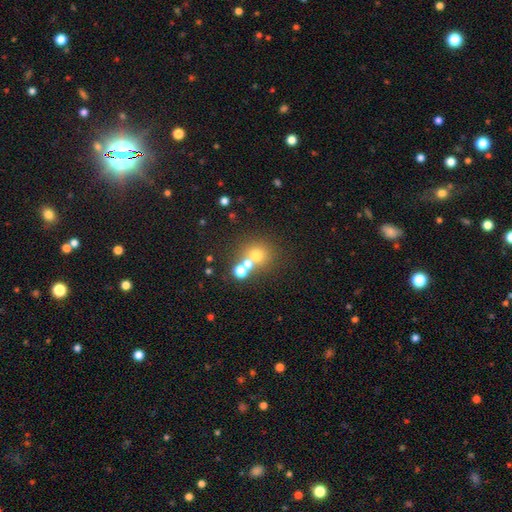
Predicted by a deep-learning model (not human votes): A smooth galaxy with no disk features (66%) that is round (87%).

Vote fractions:
- Smooth or featured? smooth: 66% / star or artifact: 21% / featured or disk: 14%
- How rounded? round: 87% / in between: 12% / cigar-shaped: 1%
- Merging? none: 57% / merger: 31% / minor disturbance: 8% / major disturbance: 4%